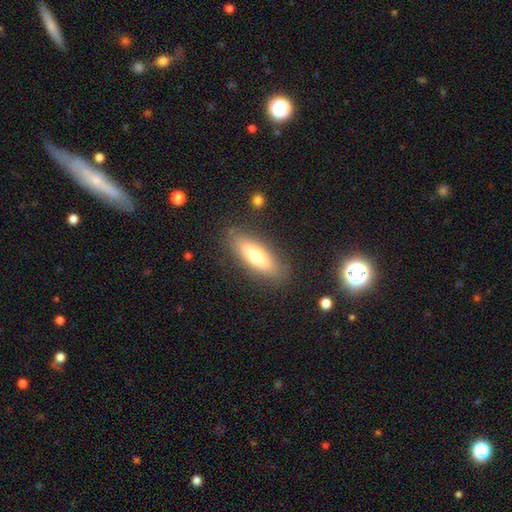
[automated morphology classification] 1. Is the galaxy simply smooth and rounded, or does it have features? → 66% smooth, 26% featured or disk, 7% star or artifact.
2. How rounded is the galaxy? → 52% cigar-shaped, 46% in between, 2% round.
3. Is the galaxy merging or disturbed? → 85% none, 10% minor disturbance, 3% major disturbance, 2% merger.